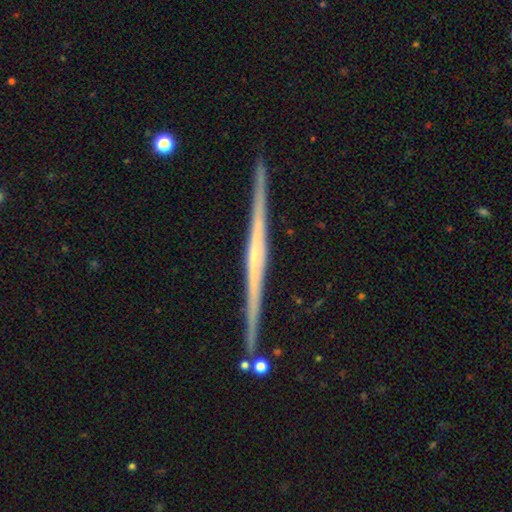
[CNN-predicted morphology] Smooth or featured? featured or disk (79%)
Edge-on disk? yes (98%)
Edge-on bulge? none (66%)
Merging? none (91%)